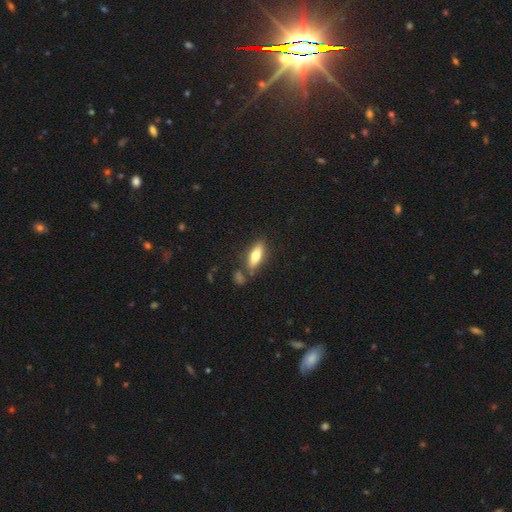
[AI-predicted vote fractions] Morphology: type=smooth (74%); roundness=in between (61%); merging=none (72%).